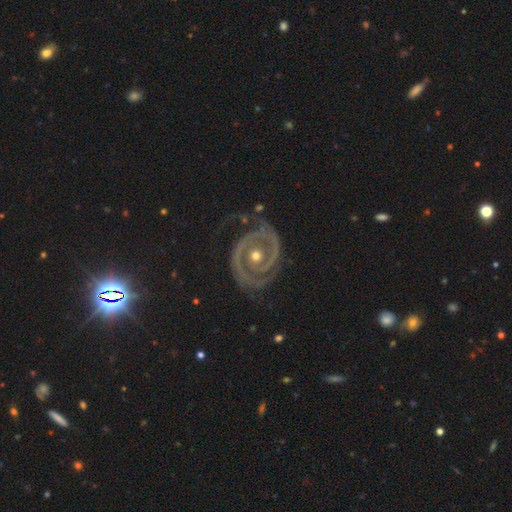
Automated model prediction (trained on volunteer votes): Q: Smooth or featured?
A: featured or disk (87%); runner-up: star or artifact (7%)
Q: Edge-on disk?
A: no (97%); runner-up: yes (3%)
Q: Bar?
A: no (59%); runner-up: weak (25%)
Q: Spiral arms?
A: yes (86%); runner-up: no (14%)
Q: Spiral winding?
A: tight (58%); runner-up: medium (33%)
Q: Spiral arm count?
A: 2 (79%); runner-up: can't tell (8%)
Q: Bulge size?
A: moderate (61%); runner-up: small (34%)
Q: Merging?
A: none (76%); runner-up: minor disturbance (15%)